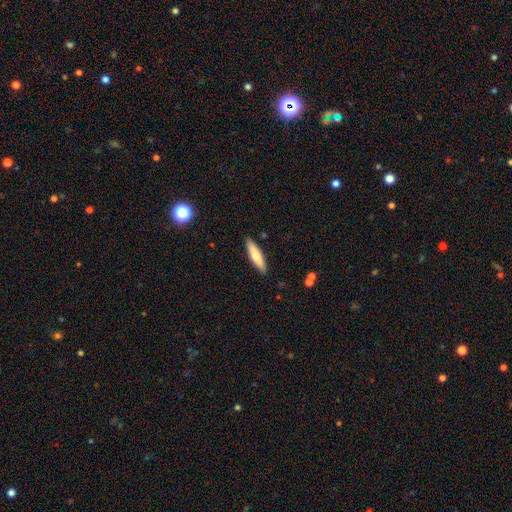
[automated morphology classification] Smooth or featured? smooth (67%)
How rounded? cigar-shaped (73%)
Merging? none (90%)